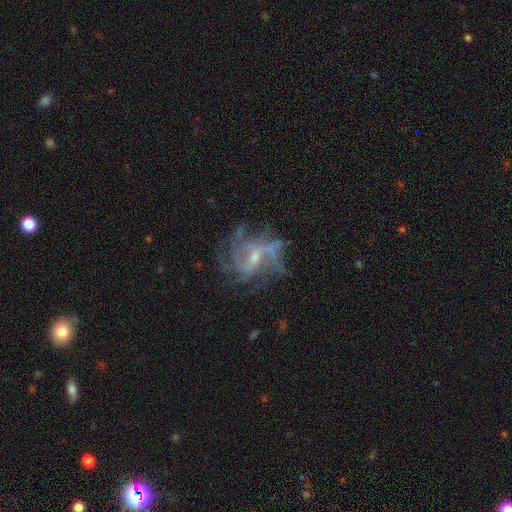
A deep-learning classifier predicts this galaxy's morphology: The model was most divided on "spiral arm count": can't tell: 26%, 4: 24%, 3: 23%, 2: 13%, more than 4: 7%, 1: 6%. Remaining: edge-on disk — no (97%); spiral arms — yes (89%); smooth or featured — featured or disk (81%); merging — none (60%); bulge size — small (54%); bar — weak (48%); spiral winding — medium (44%).